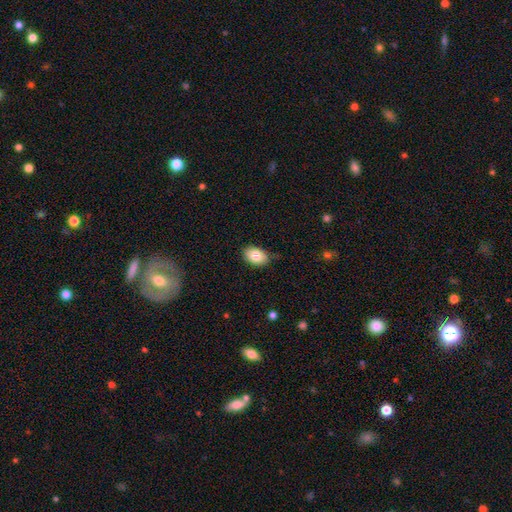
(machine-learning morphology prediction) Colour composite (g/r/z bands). It shows a smooth galaxy with no disk features (81%) that is in between round and cigar-shaped (84%). Merging: none (80%).